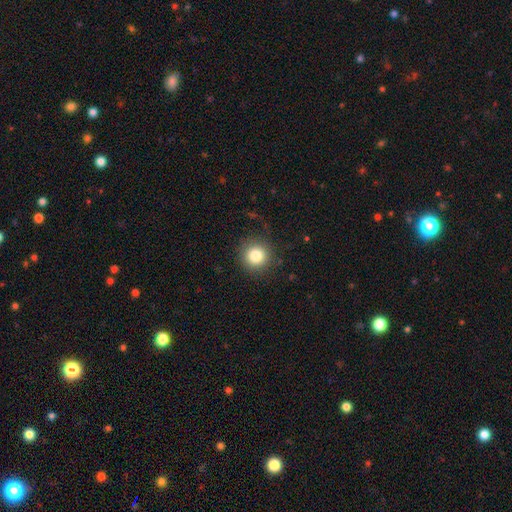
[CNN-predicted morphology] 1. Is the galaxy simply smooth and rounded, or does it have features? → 83% smooth, 11% star or artifact, 7% featured or disk.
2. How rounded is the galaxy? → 94% round, 5% in between, 1% cigar-shaped.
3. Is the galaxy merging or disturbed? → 87% none, 8% minor disturbance, 3% major disturbance, 1% merger.